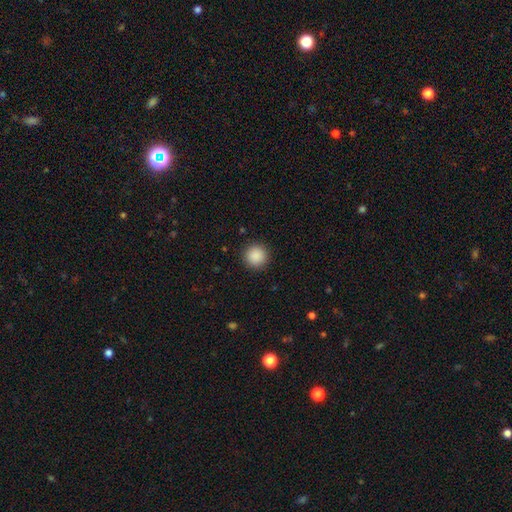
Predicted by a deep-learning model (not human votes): This appears to be a smooth galaxy with no disk features (89%) that is round (96%). Merging: none (92%).